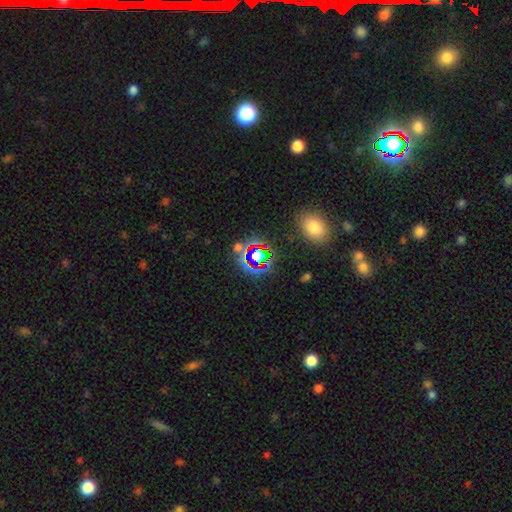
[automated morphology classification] A star or artifact, not a galaxy (66%).

Vote fractions:
- Smooth or featured? star or artifact: 66% / smooth: 23% / featured or disk: 11%